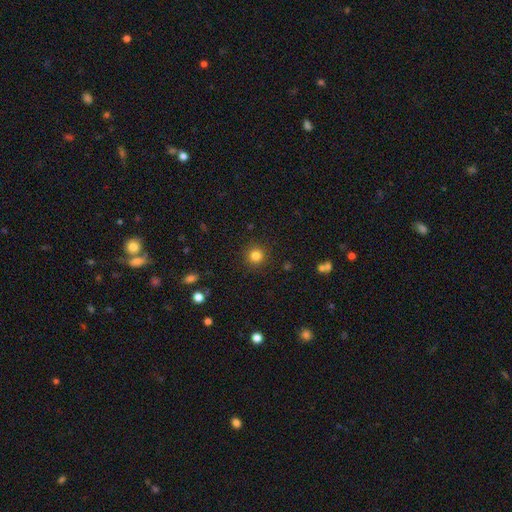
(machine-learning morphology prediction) smooth_or_featured: smooth (p=0.82) [alt: star or artifact p=0.12]
how_rounded: round (p=0.94) [alt: in between p=0.05]
merging: none (p=0.91) [alt: minor disturbance p=0.06]